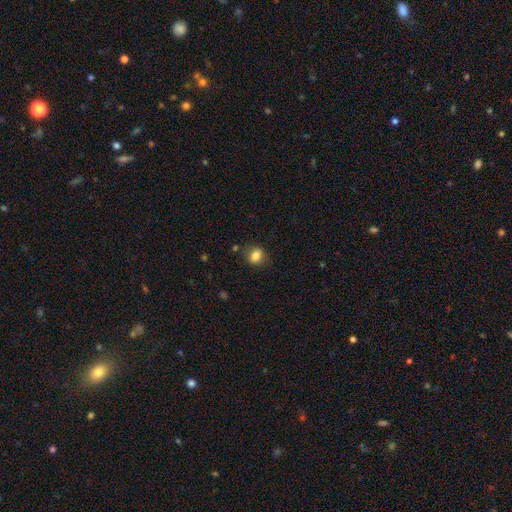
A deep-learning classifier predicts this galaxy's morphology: Smooth or featured? smooth (81%)
How rounded? round (60%)
Merging? none (81%)